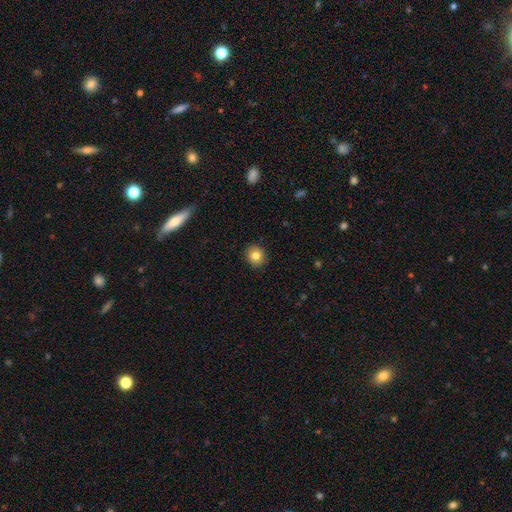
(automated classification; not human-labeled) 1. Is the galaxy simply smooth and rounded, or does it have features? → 81% smooth, 10% star or artifact, 9% featured or disk.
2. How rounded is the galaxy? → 83% round, 16% in between, 1% cigar-shaped.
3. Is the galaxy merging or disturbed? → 91% none, 6% minor disturbance, 2% major disturbance, 1% merger.